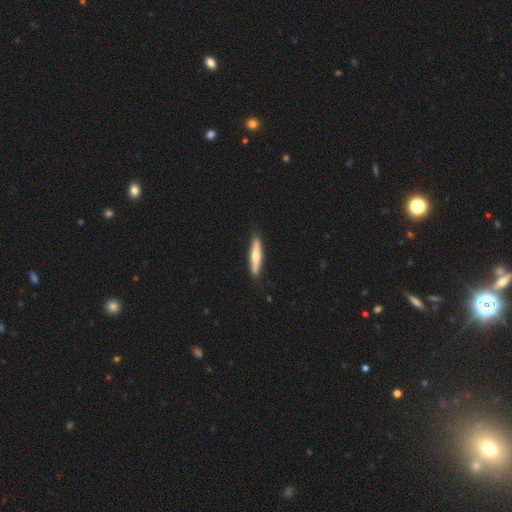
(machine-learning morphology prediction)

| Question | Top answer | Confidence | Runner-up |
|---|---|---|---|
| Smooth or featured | smooth | 57% | featured or disk (38%) |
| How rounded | cigar-shaped | 88% | in between (11%) |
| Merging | none | 89% | minor disturbance (8%) |